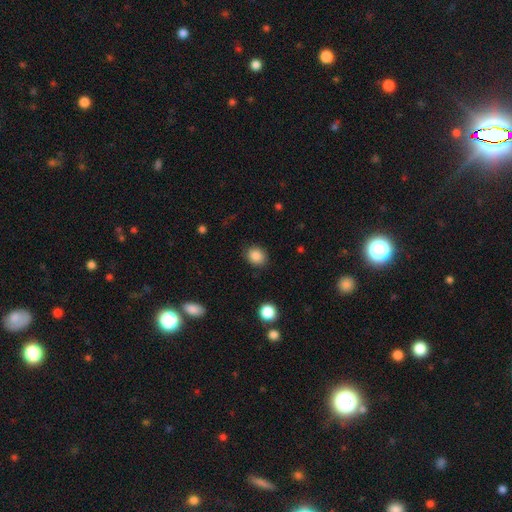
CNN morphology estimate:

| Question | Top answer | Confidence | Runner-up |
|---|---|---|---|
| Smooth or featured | smooth | 86% | star or artifact (10%) |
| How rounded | round | 65% | in between (34%) |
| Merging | none | 86% | minor disturbance (10%) |